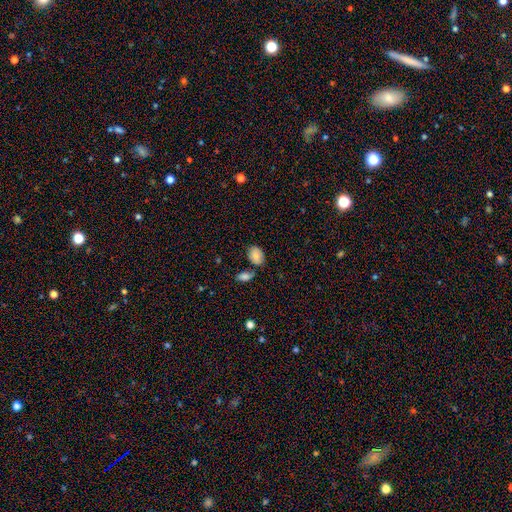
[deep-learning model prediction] Smooth or featured?
  - smooth: 83% *
  - star or artifact: 8%
  - featured or disk: 8%
How rounded?
  - in between: 83% *
  - round: 16%
  - cigar-shaped: 1%
Merging?
  - none: 61% *
  - minor disturbance: 19%
  - merger: 16%
  - major disturbance: 5%